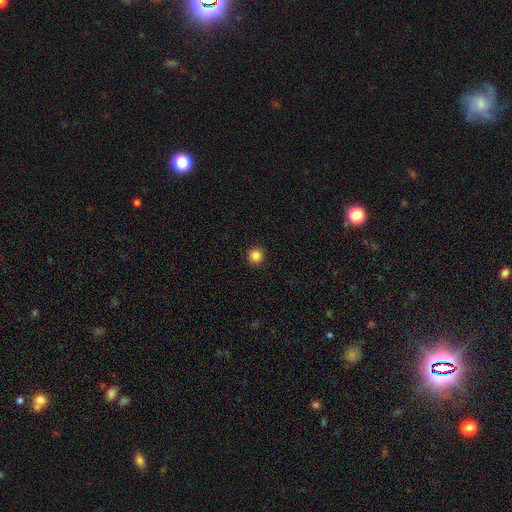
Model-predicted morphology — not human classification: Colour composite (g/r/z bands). It shows a smooth galaxy with no disk features (86%) that is round (95%). Merging: none (93%).